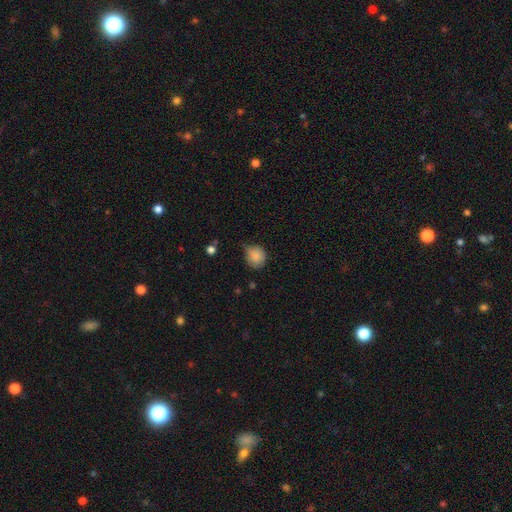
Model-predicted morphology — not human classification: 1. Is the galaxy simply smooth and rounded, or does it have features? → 86% smooth, 9% star or artifact, 5% featured or disk.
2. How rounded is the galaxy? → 82% round, 17% in between, 1% cigar-shaped.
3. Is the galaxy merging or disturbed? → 59% none, 33% minor disturbance, 6% major disturbance, 2% merger.